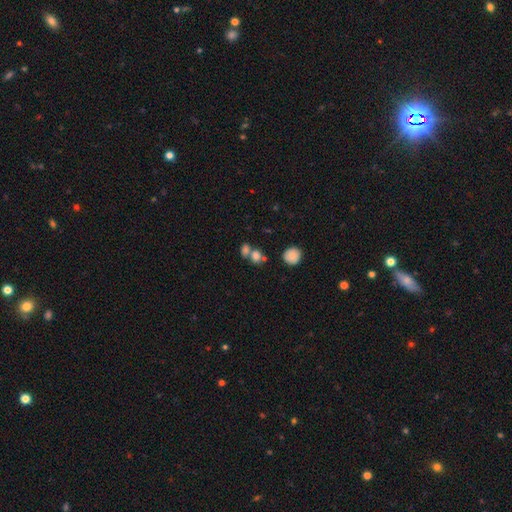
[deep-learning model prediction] smooth 77%, star or artifact 12%, featured or disk 10%. Down the decision tree: how rounded — in between (54%); merging — merger (51%).